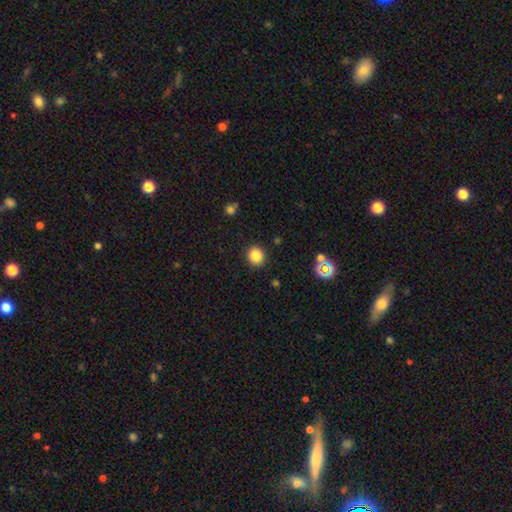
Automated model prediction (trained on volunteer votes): smooth 84%, star or artifact 12%, featured or disk 5%. Down the decision tree: how rounded — round (89%); merging — none (91%).